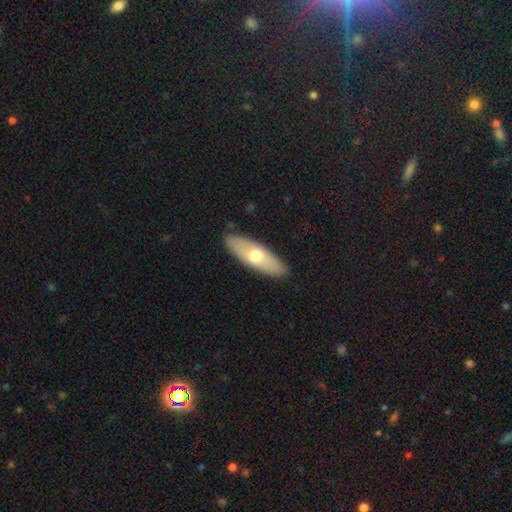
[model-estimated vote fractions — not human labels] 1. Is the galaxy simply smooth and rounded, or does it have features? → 60% smooth, 34% featured or disk, 5% star or artifact.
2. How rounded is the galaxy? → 61% in between, 36% cigar-shaped, 2% round.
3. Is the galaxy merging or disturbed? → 88% none, 9% minor disturbance, 2% major disturbance, 1% merger.